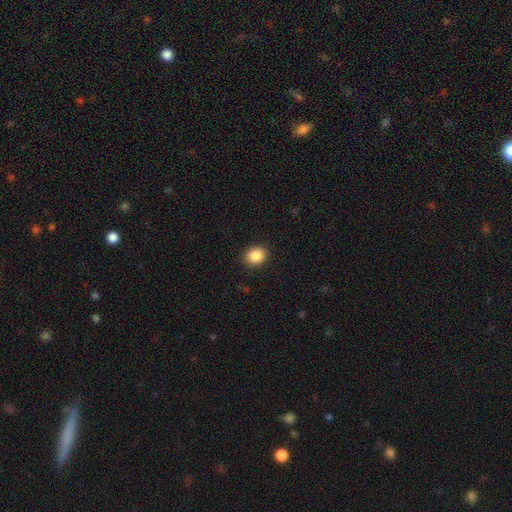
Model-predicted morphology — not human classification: smooth_or_featured: smooth (p=0.87) [alt: star or artifact p=0.09]
how_rounded: round (p=0.67) [alt: in between p=0.32]
merging: none (p=0.90) [alt: minor disturbance p=0.07]